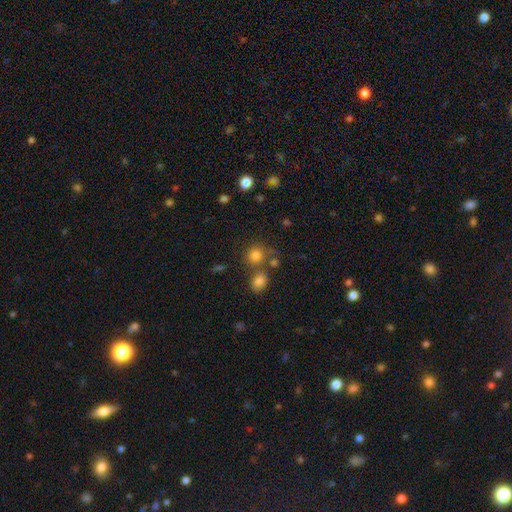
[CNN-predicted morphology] Smooth or featured?
  - smooth: 79% *
  - star or artifact: 14%
  - featured or disk: 7%
How rounded?
  - round: 82% *
  - in between: 17%
  - cigar-shaped: 1%
Merging?
  - none: 62% *
  - merger: 22%
  - minor disturbance: 11%
  - major disturbance: 5%